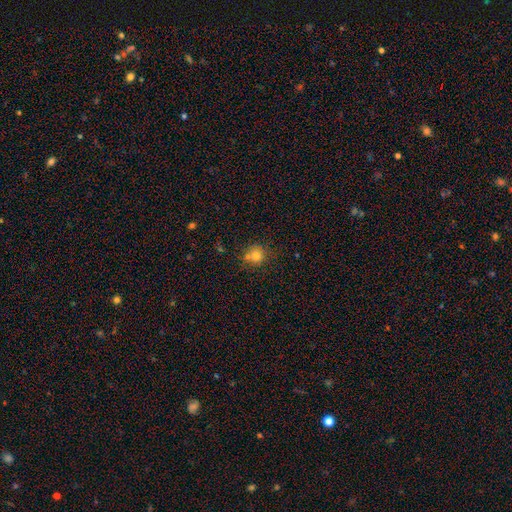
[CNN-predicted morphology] A smooth galaxy with no disk features (76%) that is round (89%). Merging: none (61%).